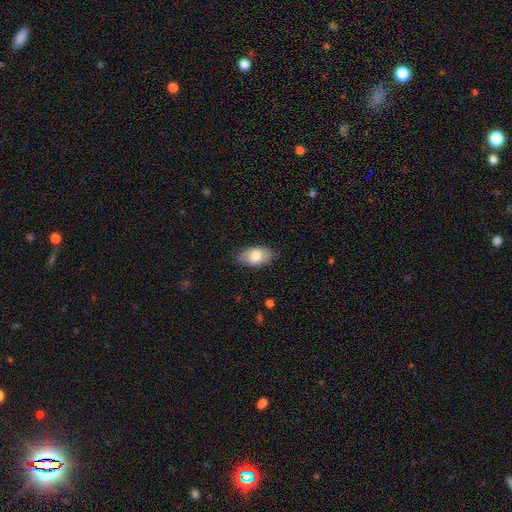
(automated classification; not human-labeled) Smooth or featured?
  - smooth: 76% *
  - featured or disk: 17%
  - star or artifact: 6%
How rounded?
  - in between: 92% *
  - round: 6%
  - cigar-shaped: 2%
Merging?
  - none: 79% *
  - minor disturbance: 16%
  - major disturbance: 3%
  - merger: 1%